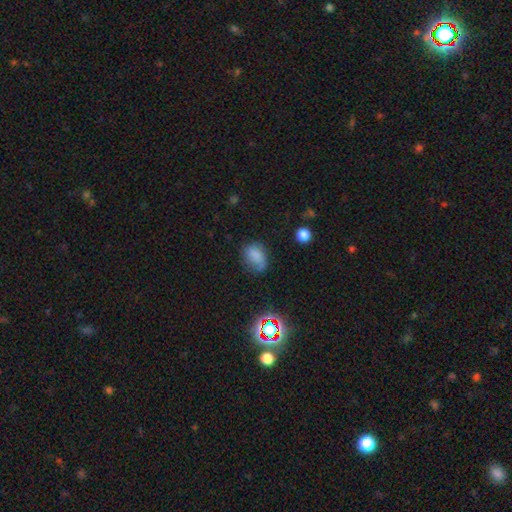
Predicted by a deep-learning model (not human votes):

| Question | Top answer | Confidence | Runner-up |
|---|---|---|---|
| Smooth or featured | smooth | 69% | featured or disk (16%) |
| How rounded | in between | 73% | round (25%) |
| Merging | none | 53% | minor disturbance (30%) |